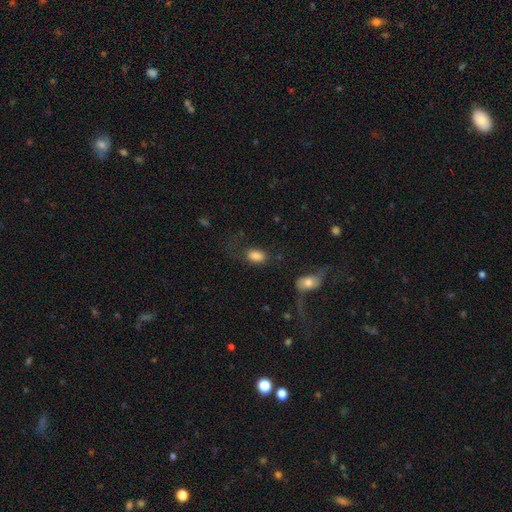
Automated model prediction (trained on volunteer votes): smooth-or-featured: smooth: 84% | star or artifact: 8% | featured or disk: 7%
  how-rounded: in between: 91% | round: 8% | cigar-shaped: 2%
  merging: none: 59% | minor disturbance: 18% | major disturbance: 16% | merger: 7%